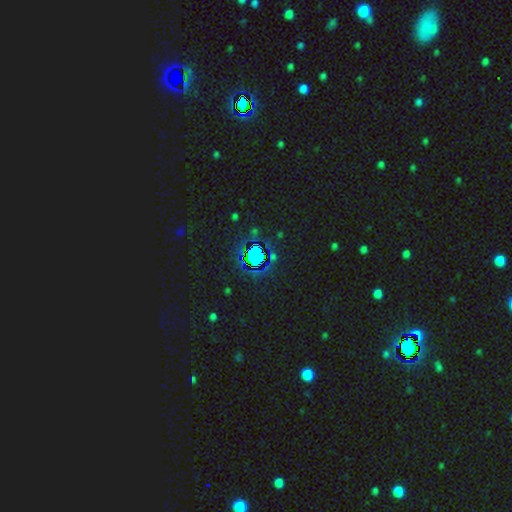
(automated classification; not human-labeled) A star or artifact, not a galaxy (71%).